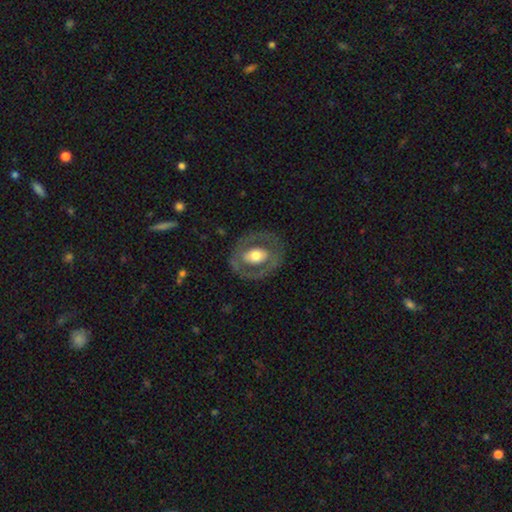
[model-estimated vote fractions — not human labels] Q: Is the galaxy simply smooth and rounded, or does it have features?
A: featured or disk — 56%.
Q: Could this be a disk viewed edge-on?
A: no — 94%.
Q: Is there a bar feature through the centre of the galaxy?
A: no — 68%.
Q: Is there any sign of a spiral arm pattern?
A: no — 82%.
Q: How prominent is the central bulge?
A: moderate — 56%.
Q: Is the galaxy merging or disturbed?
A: none — 77%.